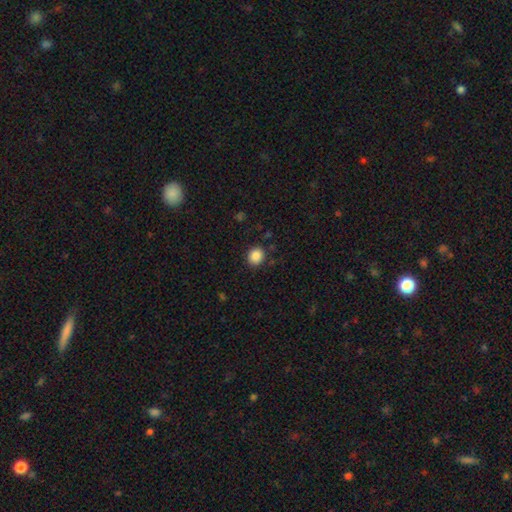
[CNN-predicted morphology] Smooth or featured? smooth (86%)
How rounded? round (76%)
Merging? none (87%)